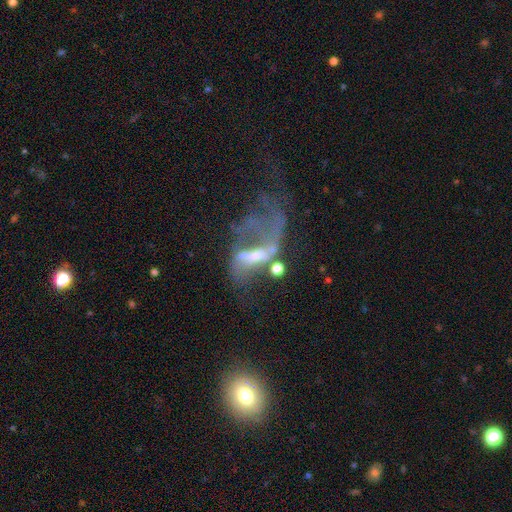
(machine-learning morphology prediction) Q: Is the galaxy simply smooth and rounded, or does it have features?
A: featured or disk — 74%.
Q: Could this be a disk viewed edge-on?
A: no — 94%.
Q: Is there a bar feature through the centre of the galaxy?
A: weak — 38%.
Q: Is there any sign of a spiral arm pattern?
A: yes — 65%.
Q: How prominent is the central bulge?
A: small — 41%.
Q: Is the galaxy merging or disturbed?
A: major disturbance — 44%.